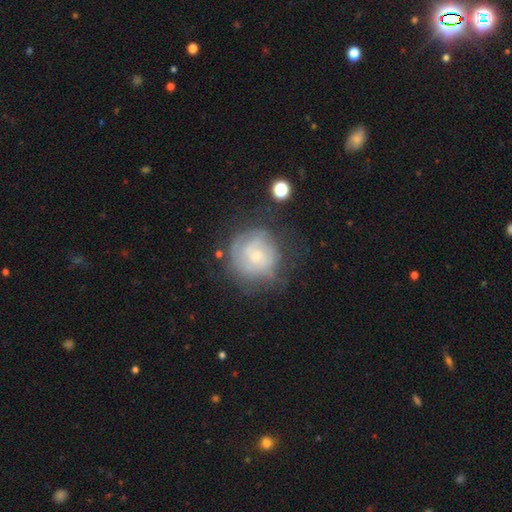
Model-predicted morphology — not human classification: This appears to be a featured or disk galaxy (56%) with no bar (73%), spiral arms (69%) and a small central bulge (56%). Merging: none (59%).